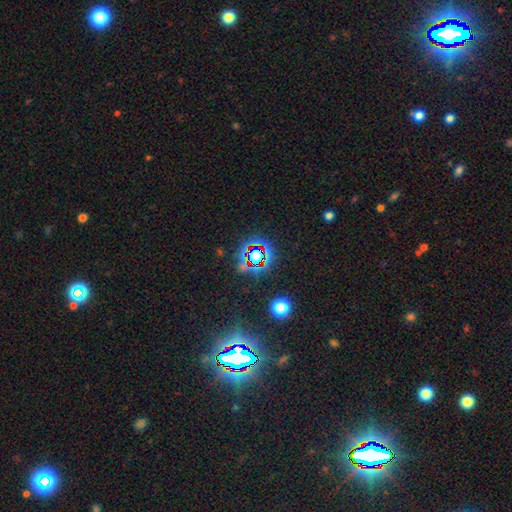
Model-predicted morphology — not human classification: Smooth or featured? star or artifact (72%)